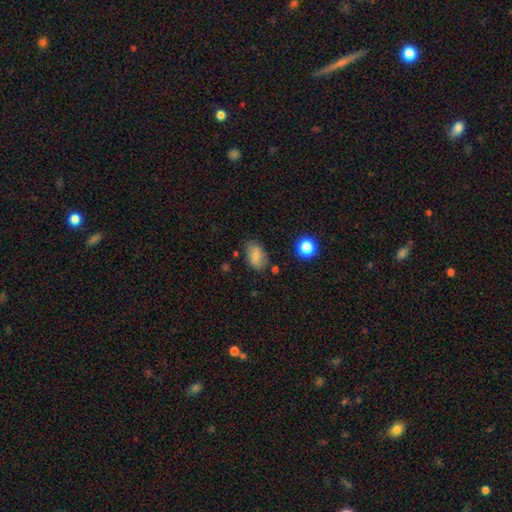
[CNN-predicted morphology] This is likely a smooth galaxy (79%). How rounded: clearly in between (90%). Merging: likely none (77%).